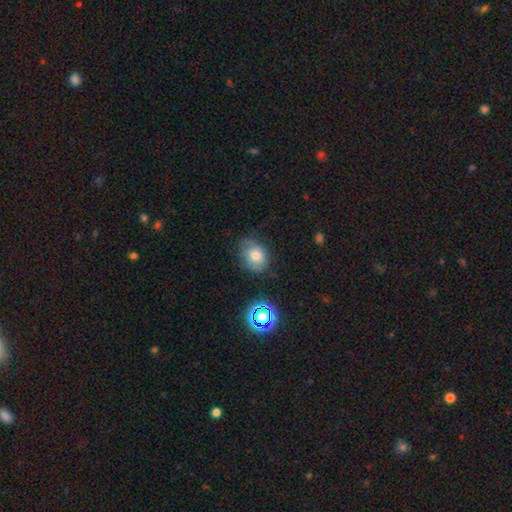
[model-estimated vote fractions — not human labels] smooth 72%, featured or disk 16%, star or artifact 13%. Down the decision tree: how rounded — in between (53%); merging — none (60%).